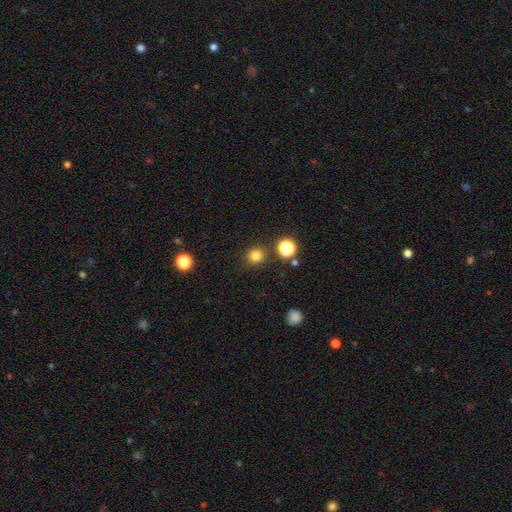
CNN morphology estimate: The model was most divided on "smooth or featured": smooth: 80%, star or artifact: 15%, featured or disk: 5%. More confident: how rounded — round (92%); merging — none (88%).